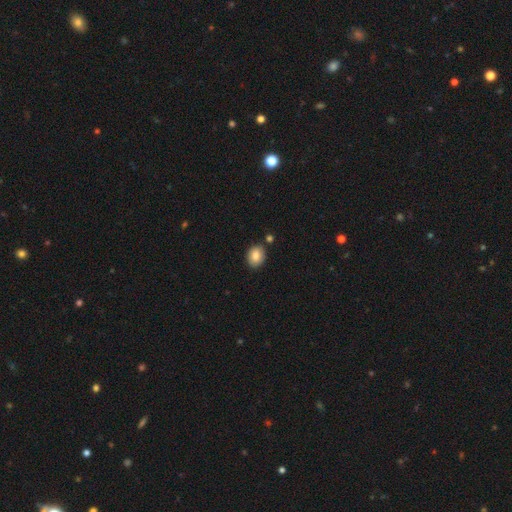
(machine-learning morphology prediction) Q: Smooth or featured?
A: smooth (84%); runner-up: star or artifact (8%)
Q: How rounded?
A: round (52%); runner-up: in between (47%)
Q: Merging?
A: none (83%); runner-up: minor disturbance (10%)